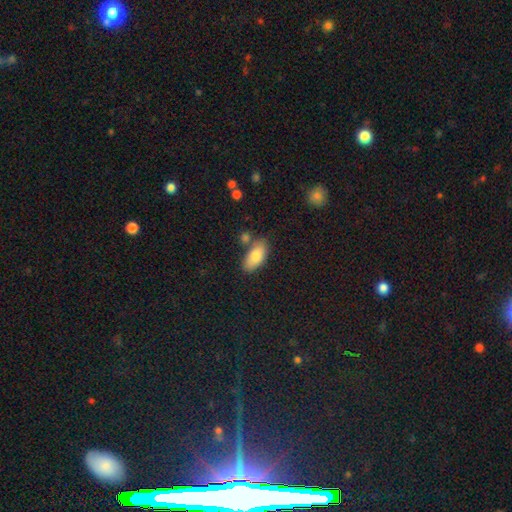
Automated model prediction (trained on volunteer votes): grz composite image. It shows a smooth galaxy with no disk features (81%) that is in between round and cigar-shaped (91%). Merging: none (70%).